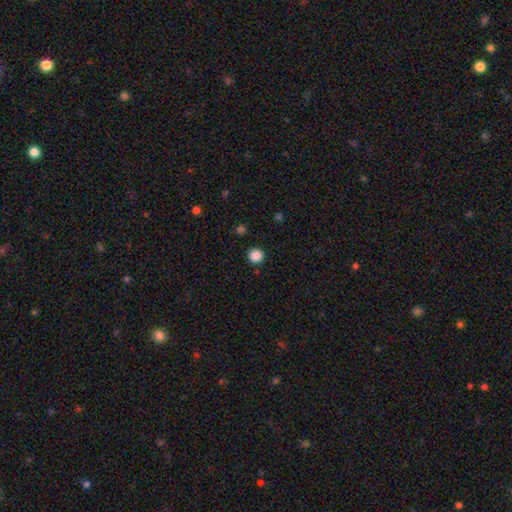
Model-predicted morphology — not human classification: smooth-or-featured: smooth: 87% | star or artifact: 11% | featured or disk: 2%
  how-rounded: round: 95% | in between: 4% | cigar-shaped: 1%
  merging: none: 92% | minor disturbance: 5% | major disturbance: 2% | merger: 1%